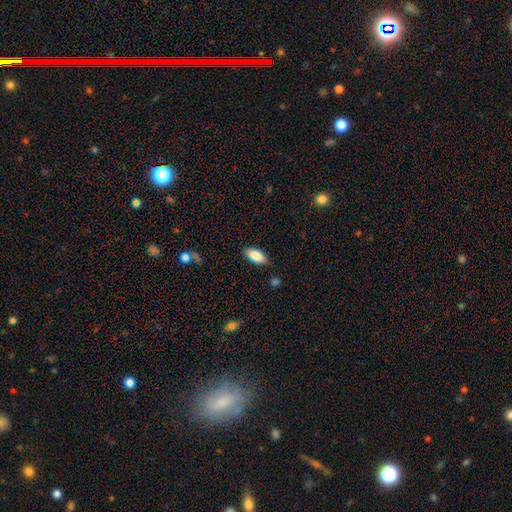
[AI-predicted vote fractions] The model was most divided on "merging": none: 86%, minor disturbance: 11%, major disturbance: 2%, merger: 1%. More confident: how rounded — in between (88%); smooth or featured — smooth (86%).